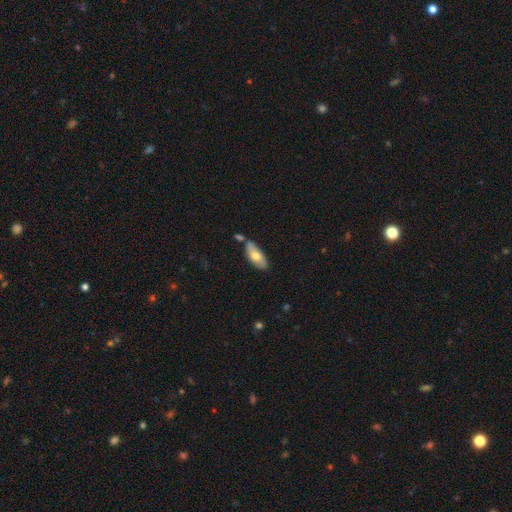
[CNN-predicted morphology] type=smooth (67%); roundness=in between (82%); merging=none (66%).